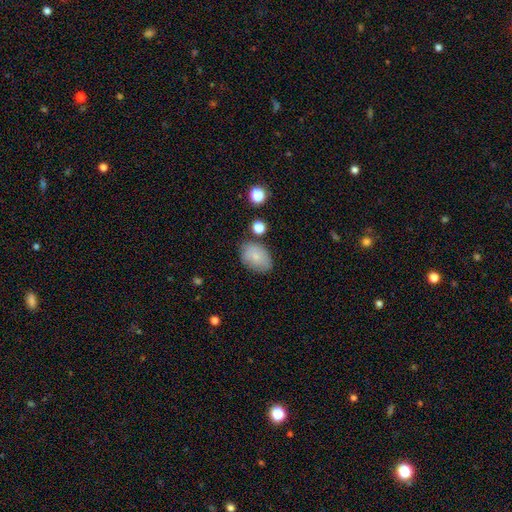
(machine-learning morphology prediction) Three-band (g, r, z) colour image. It shows a smooth galaxy with no disk features (77%) that is in between round and cigar-shaped (82%). Merging: none (73%).